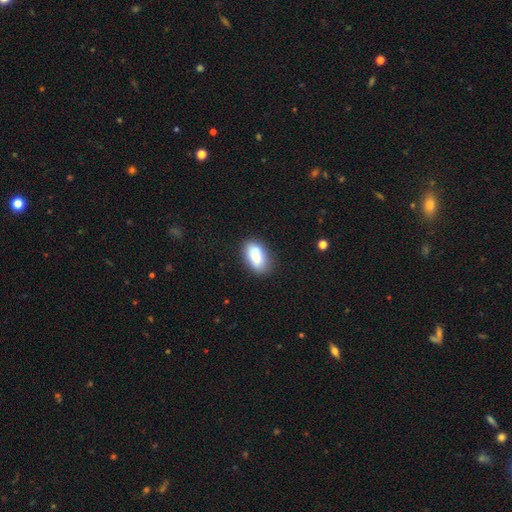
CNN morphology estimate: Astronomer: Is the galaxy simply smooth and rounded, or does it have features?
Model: smooth — 79%.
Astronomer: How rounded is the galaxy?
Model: in between — 91%.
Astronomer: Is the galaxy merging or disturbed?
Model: none — 71%.